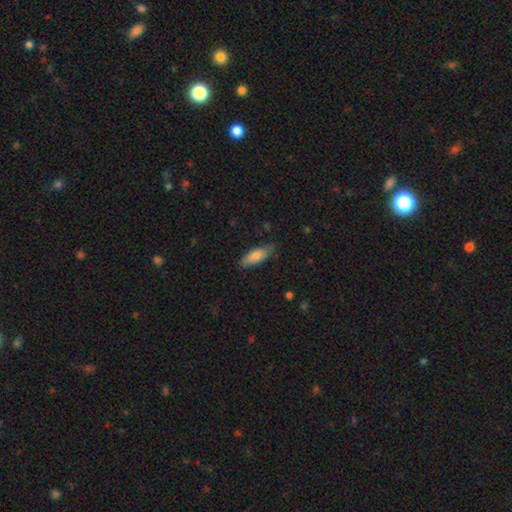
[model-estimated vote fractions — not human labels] Morphology: type=smooth (79%); roundness=in between (64%); merging=none (75%).